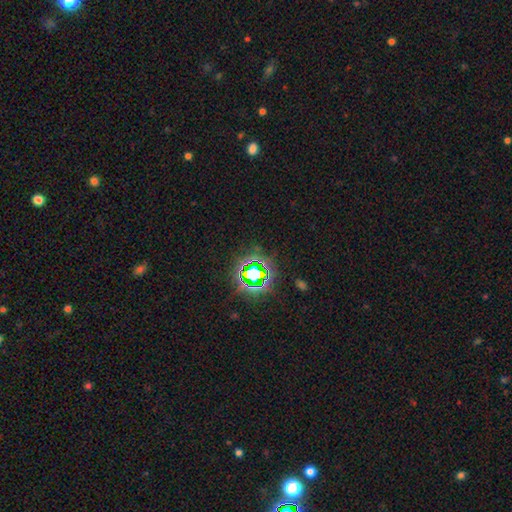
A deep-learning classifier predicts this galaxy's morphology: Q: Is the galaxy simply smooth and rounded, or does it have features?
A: star or artifact — 78%.